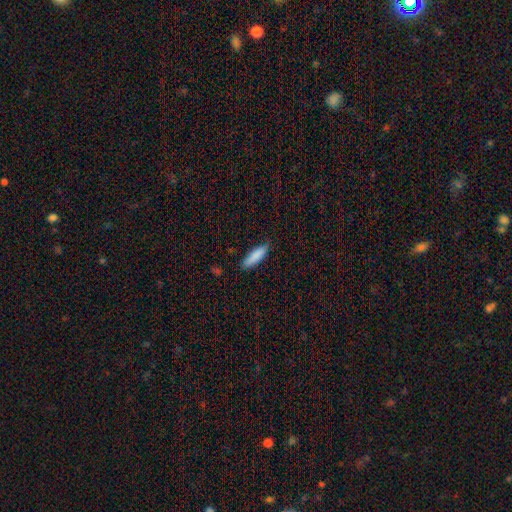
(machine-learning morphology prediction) smooth 85%, featured or disk 9%, star or artifact 6%. Down the decision tree: how rounded — cigar-shaped (63%); merging — none (83%).